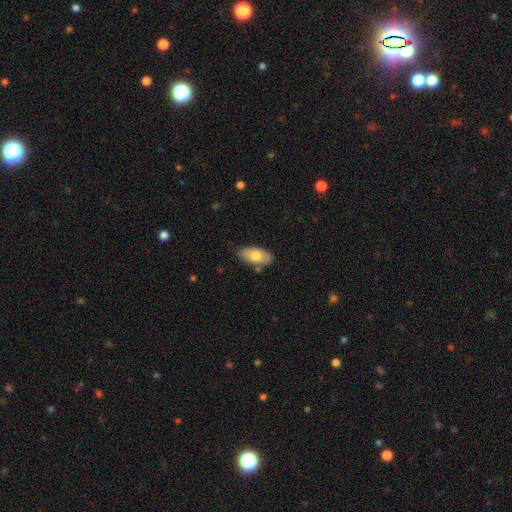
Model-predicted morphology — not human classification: smooth-or-featured: smooth: 72% | featured or disk: 22% | star or artifact: 6%
  how-rounded: in between: 93% | cigar-shaped: 3% | round: 3%
  merging: none: 79% | minor disturbance: 15% | merger: 3% | major disturbance: 3%